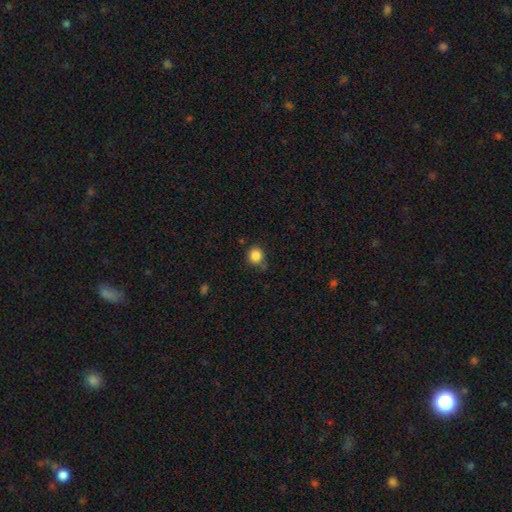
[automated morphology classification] Smooth or featured? Predicted: smooth (p=0.85). How rounded? Predicted: round (p=0.85). Merging? Predicted: none (p=0.73).